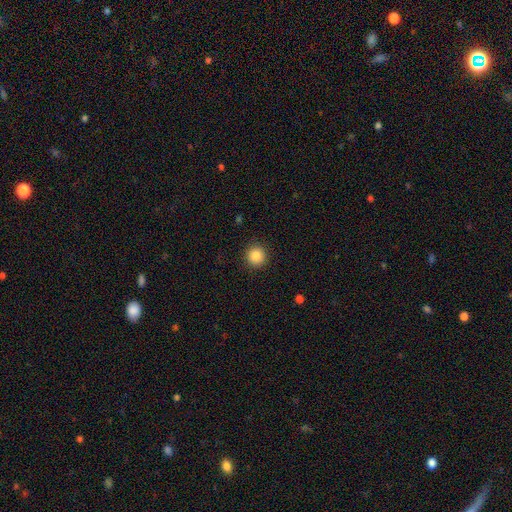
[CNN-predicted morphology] Overall: smooth (86%). How rounded: round (94%). Merging: none (91%).